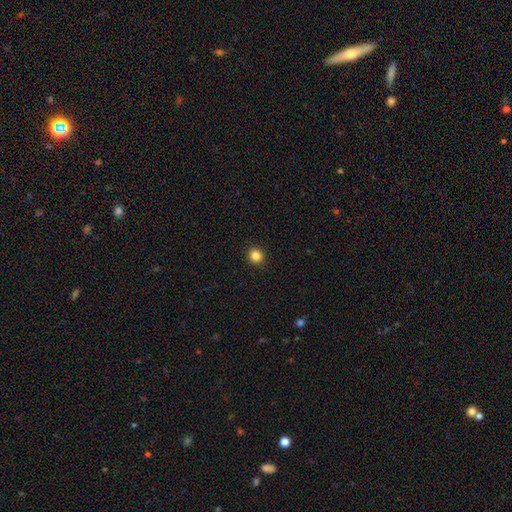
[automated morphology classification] Smooth or featured? Predicted: smooth (p=0.85). How rounded? Predicted: round (p=0.89). Merging? Predicted: none (p=0.93).